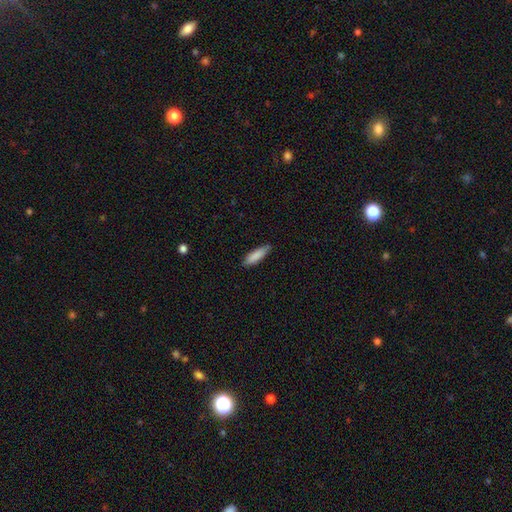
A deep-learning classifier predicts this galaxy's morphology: Smooth or featured: smooth — 85% (featured or disk — 9%)
How rounded: cigar-shaped — 63% (in between — 36%)
Merging: none — 81% (minor disturbance — 16%)